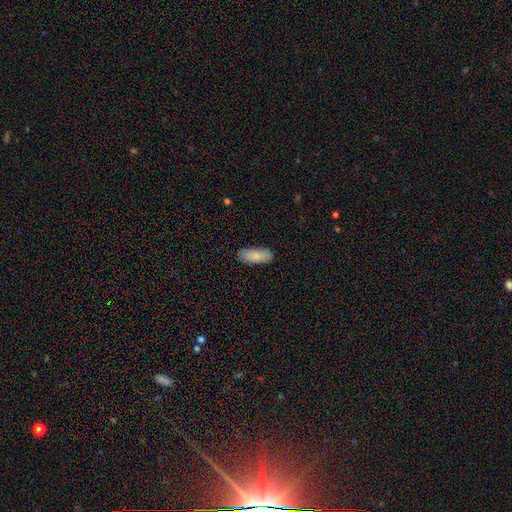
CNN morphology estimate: smooth-or-featured: smooth: 85% | featured or disk: 9% | star or artifact: 6%
  how-rounded: in between: 82% | cigar-shaped: 16% | round: 2%
  merging: none: 86% | minor disturbance: 11% | major disturbance: 2% | merger: 1%